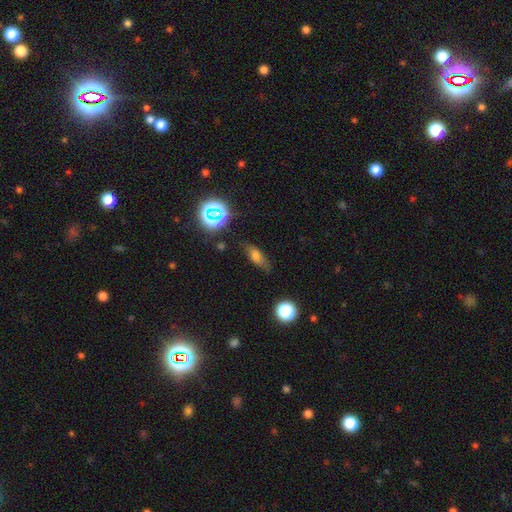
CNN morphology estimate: smooth-or-featured: smooth: 65% | featured or disk: 19% | star or artifact: 16%
  how-rounded: in between: 63% | cigar-shaped: 28% | round: 9%
  merging: none: 72% | minor disturbance: 21% | major disturbance: 6% | merger: 2%